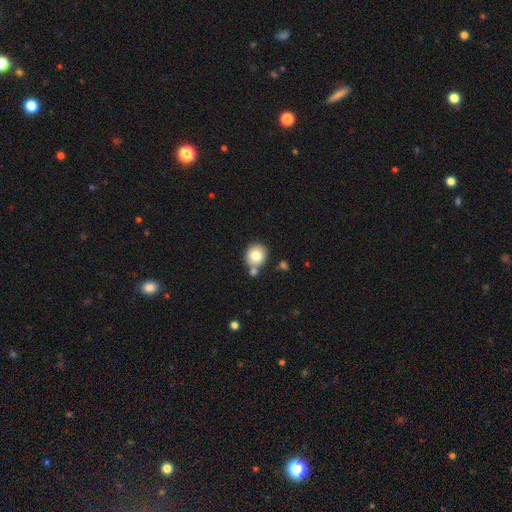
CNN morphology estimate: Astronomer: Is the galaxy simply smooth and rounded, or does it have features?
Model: smooth — 80%.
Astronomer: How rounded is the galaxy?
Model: round — 86%.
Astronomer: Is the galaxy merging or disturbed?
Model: none — 64%.